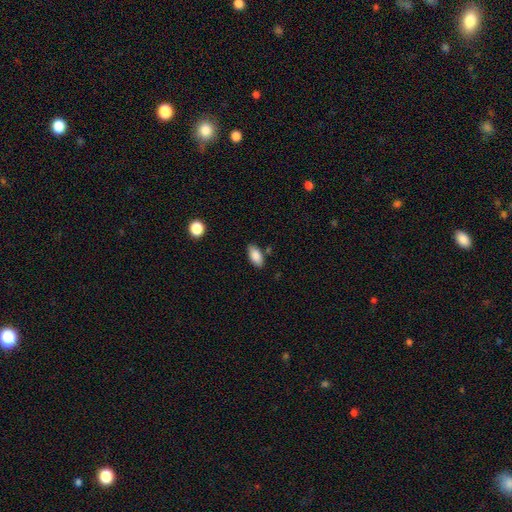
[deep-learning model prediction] smooth-or-featured: smooth: 86% | star or artifact: 7% | featured or disk: 6%
  how-rounded: in between: 91% | cigar-shaped: 6% | round: 3%
  merging: none: 82% | minor disturbance: 12% | merger: 3% | major disturbance: 3%